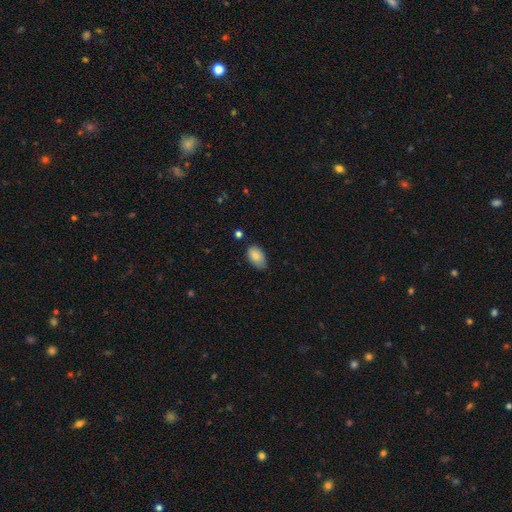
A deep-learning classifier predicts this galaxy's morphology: This appears to be a smooth galaxy with no disk features (85%) that is in between round and cigar-shaped (93%). Merging: none (72%).